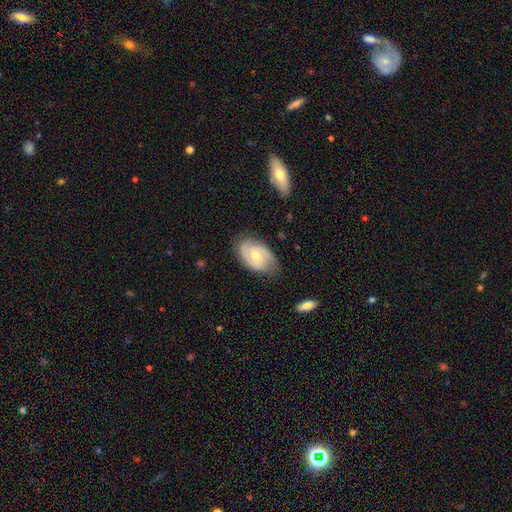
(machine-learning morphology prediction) smooth-or-featured: featured or disk: 64% | smooth: 29% | star or artifact: 6%
  disk-edge-on: no: 95% | yes: 5%
    bar: no: 58% | weak: 35% | strong: 7%
    has-spiral-arms: yes: 85% | no: 15%
      spiral-winding: tight: 43% | medium: 40% | loose: 16%
      spiral-arm-count: 2: 70% | can't tell: 18% | 3: 6% | 1: 3% | 4: 1% | more than 4: 1%
    bulge-size: moderate: 57% | small: 39% | large: 2% | none: 1% | dominant: 1%
  merging: none: 73% | minor disturbance: 21% | major disturbance: 5% | merger: 1%